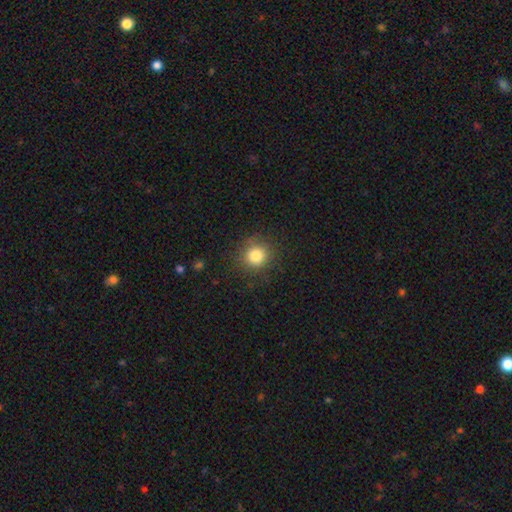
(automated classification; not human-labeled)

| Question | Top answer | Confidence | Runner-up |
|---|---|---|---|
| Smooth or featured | smooth | 82% | star or artifact (12%) |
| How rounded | round | 90% | in between (9%) |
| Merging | none | 86% | minor disturbance (10%) |